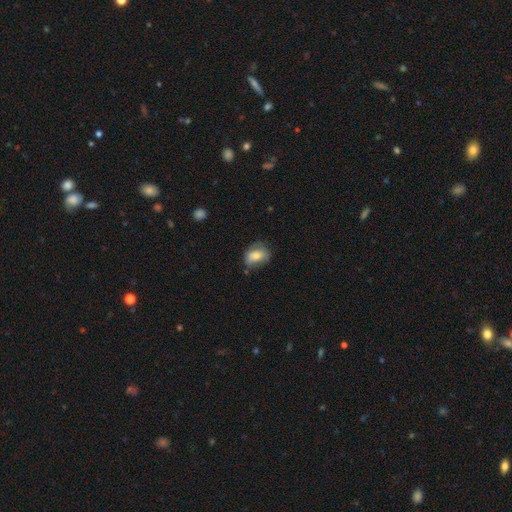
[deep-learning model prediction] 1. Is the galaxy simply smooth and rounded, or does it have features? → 68% smooth, 23% featured or disk, 8% star or artifact.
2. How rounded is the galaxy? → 71% in between, 27% round, 2% cigar-shaped.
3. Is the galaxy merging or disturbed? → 57% none, 30% minor disturbance, 11% major disturbance, 3% merger.